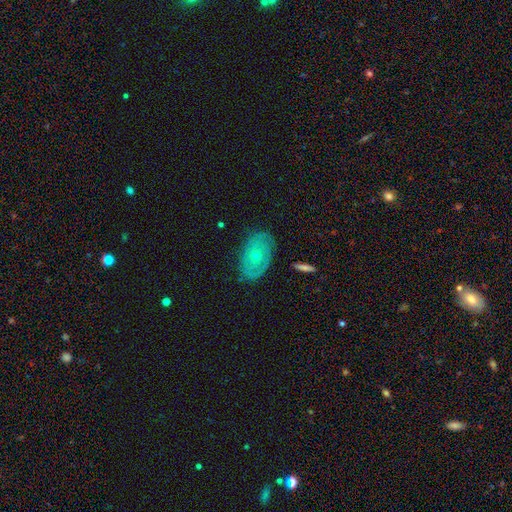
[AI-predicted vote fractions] A featured or disk galaxy (60%) with no bar (86%), spiral arms (57%) and a small central bulge (65%). Merging: none (78%).